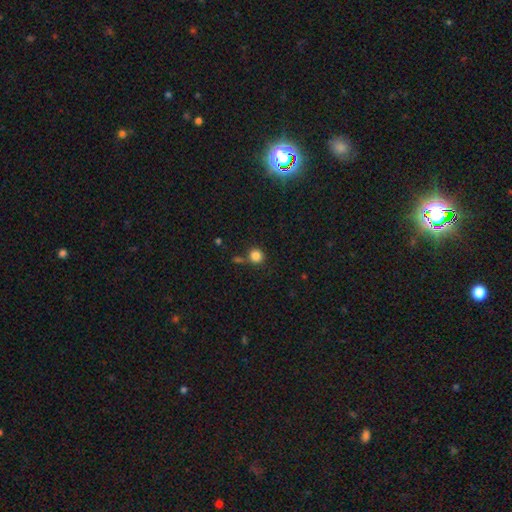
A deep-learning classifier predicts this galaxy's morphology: smooth-or-featured: smooth: 84% | star or artifact: 11% | featured or disk: 5%
  how-rounded: round: 90% | in between: 9% | cigar-shaped: 1%
  merging: none: 71% | merger: 14% | minor disturbance: 11% | major disturbance: 4%